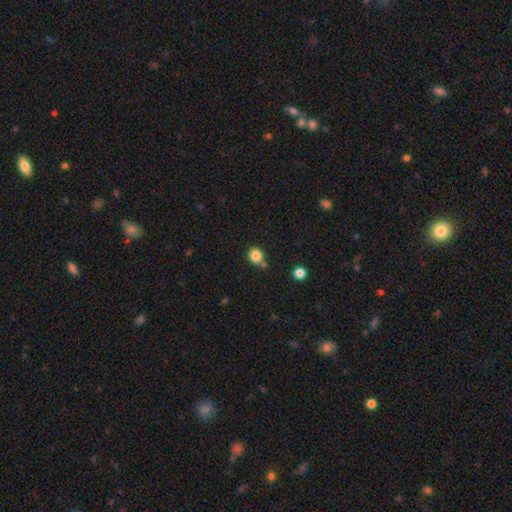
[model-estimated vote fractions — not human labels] smooth 85%, star or artifact 11%, featured or disk 5%. Down the decision tree: how rounded — round (78%); merging — none (72%).